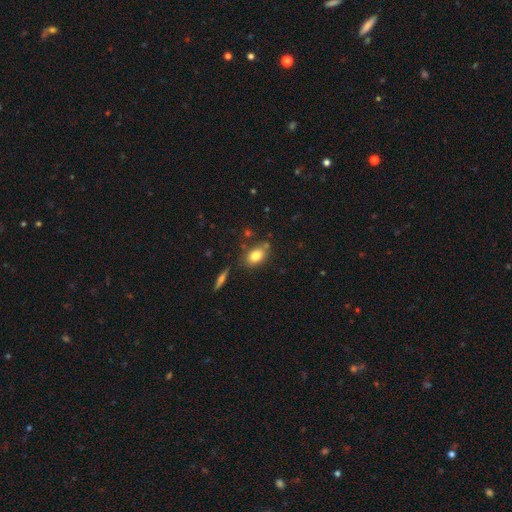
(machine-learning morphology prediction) smooth 80%, featured or disk 11%, star or artifact 9%. Down the decision tree: how rounded — in between (79%); merging — none (73%).